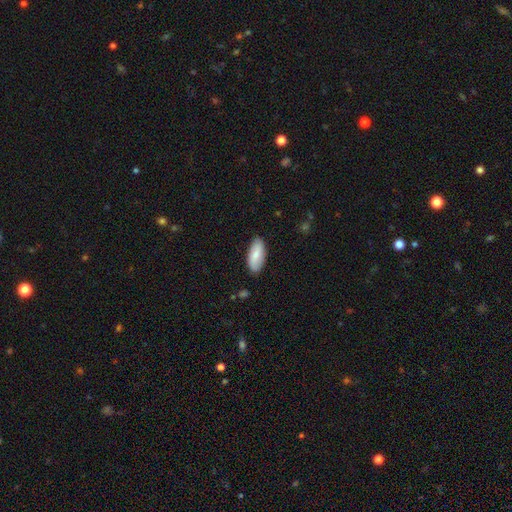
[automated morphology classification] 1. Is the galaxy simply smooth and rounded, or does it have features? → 72% smooth, 22% featured or disk, 6% star or artifact.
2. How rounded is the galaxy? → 88% in between, 9% cigar-shaped, 2% round.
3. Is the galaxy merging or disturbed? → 85% none, 12% minor disturbance, 2% major disturbance, 1% merger.